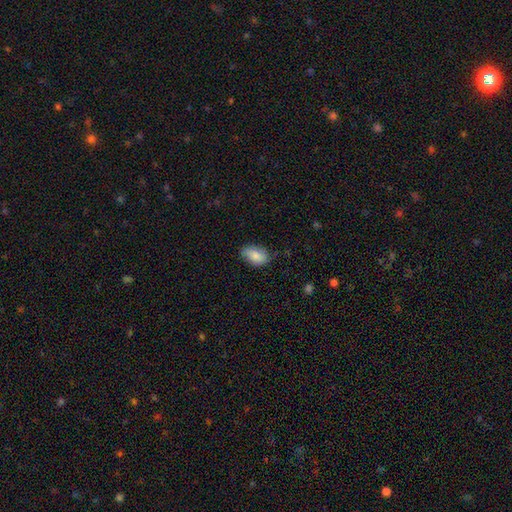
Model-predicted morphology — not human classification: smooth 85%, featured or disk 8%, star or artifact 7%. Down the decision tree: how rounded — in between (92%); merging — none (71%).